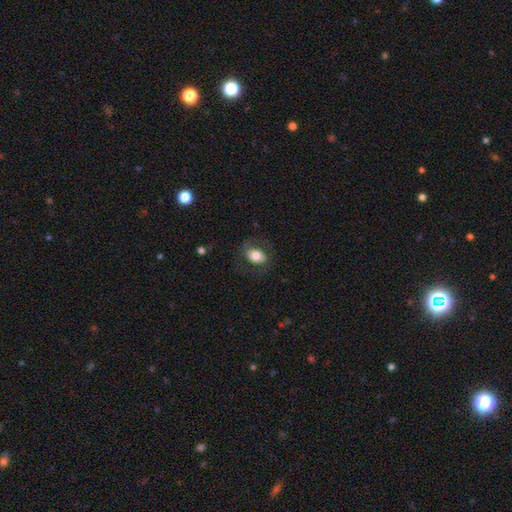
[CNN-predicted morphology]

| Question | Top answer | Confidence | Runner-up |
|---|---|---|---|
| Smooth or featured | smooth | 72% | featured or disk (21%) |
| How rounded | in between | 77% | round (22%) |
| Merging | none | 74% | minor disturbance (15%) |